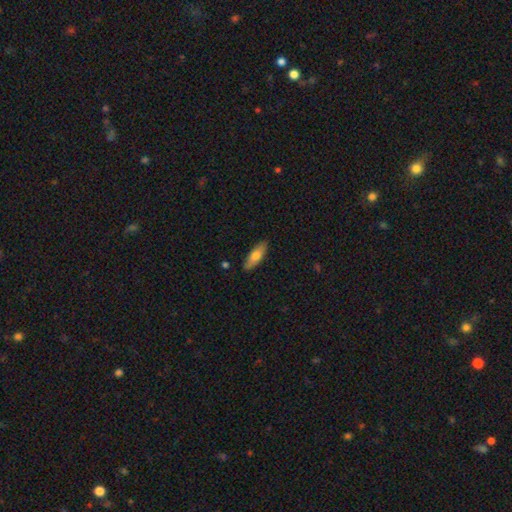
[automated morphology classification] smooth 69%, featured or disk 25%, star or artifact 6%. Down the decision tree: how rounded — in between (57%); merging — none (87%).